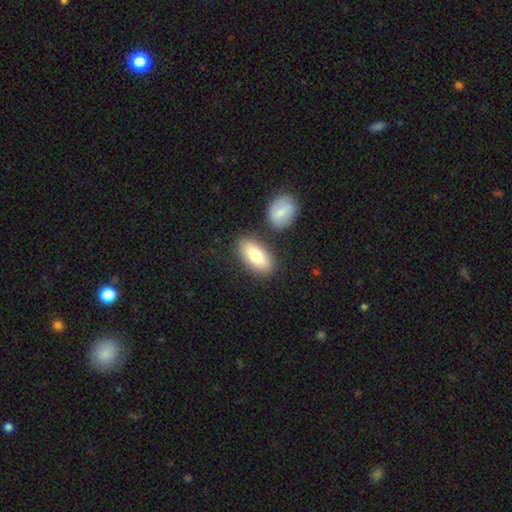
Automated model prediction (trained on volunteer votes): Morphology: type=smooth (78%); roundness=in between (89%); merging=none (76%).